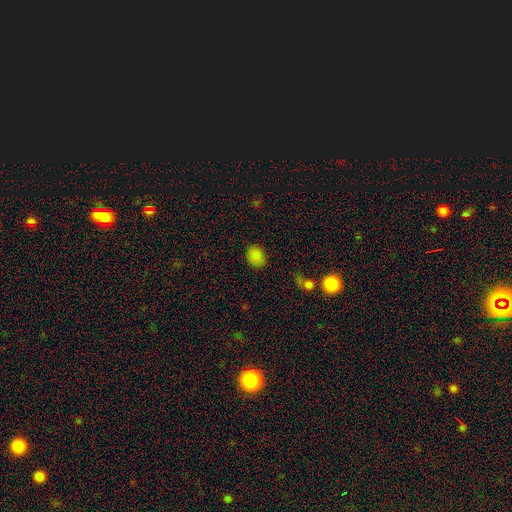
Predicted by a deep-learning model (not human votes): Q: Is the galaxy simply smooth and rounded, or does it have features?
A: smooth — 82%.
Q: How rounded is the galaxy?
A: round — 51%.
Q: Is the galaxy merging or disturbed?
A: none — 81%.